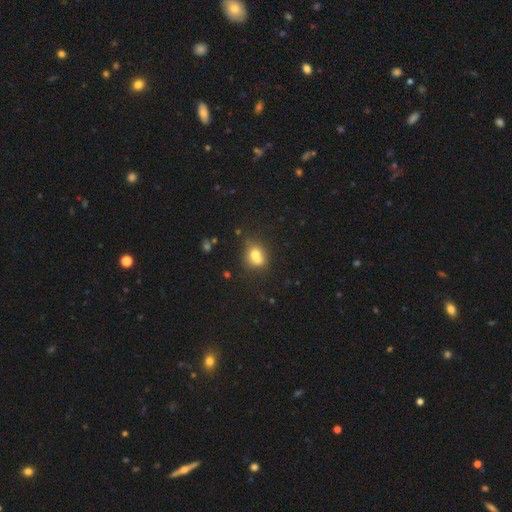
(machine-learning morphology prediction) Smooth or featured? smooth (67%)
How rounded? round (58%)
Merging? merger (49%)